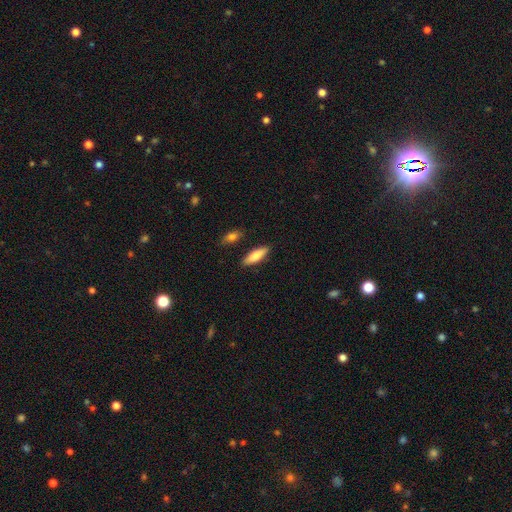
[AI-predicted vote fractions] Smooth or featured? smooth (75%)
How rounded? cigar-shaped (51%)
Merging? none (85%)